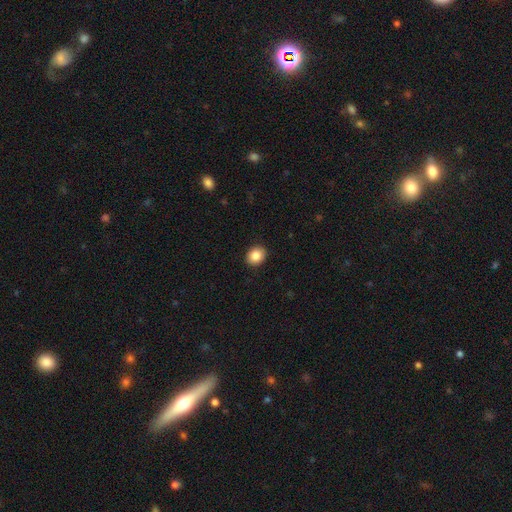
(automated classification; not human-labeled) A smooth galaxy with no disk features (86%) that is round (59%).

Vote fractions:
- Smooth or featured? smooth: 86% / star or artifact: 9% / featured or disk: 6%
- How rounded? round: 59% / in between: 40% / cigar-shaped: 1%
- Merging? none: 92% / minor disturbance: 6% / major disturbance: 2% / merger: 1%